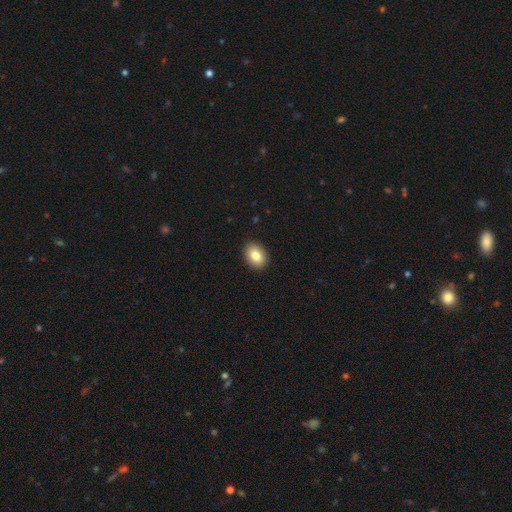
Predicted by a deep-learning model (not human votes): A smooth galaxy with no disk features (83%) that is in between round and cigar-shaped (80%).

Vote fractions:
- Smooth or featured? smooth: 83% / featured or disk: 9% / star or artifact: 8%
- How rounded? in between: 80% / round: 19% / cigar-shaped: 1%
- Merging? none: 91% / minor disturbance: 7% / major disturbance: 2% / merger: 1%